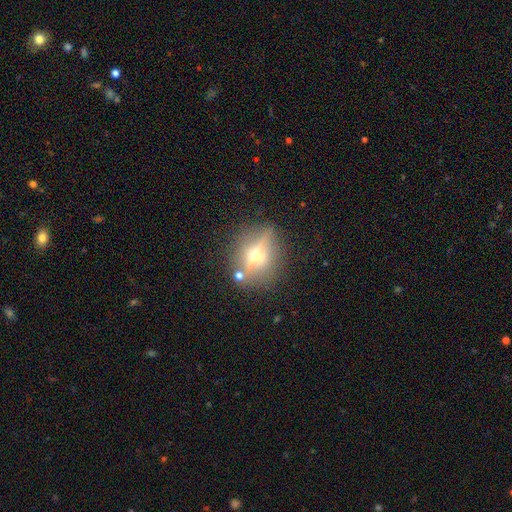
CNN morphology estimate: featured or disk 65%, smooth 22%, star or artifact 13%. Down the decision tree: edge-on disk — yes (78%); edge-on bulge — rounded (96%); merging — none (80%).